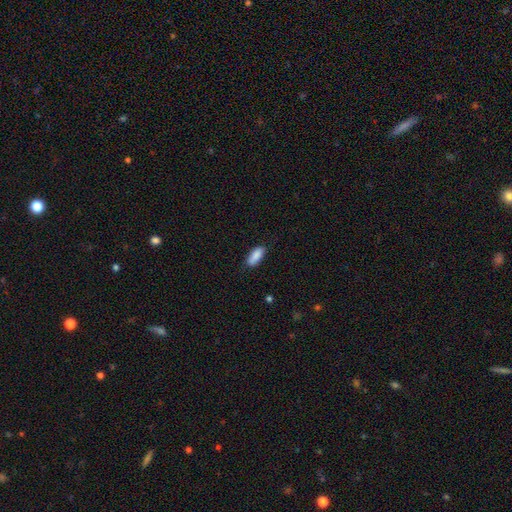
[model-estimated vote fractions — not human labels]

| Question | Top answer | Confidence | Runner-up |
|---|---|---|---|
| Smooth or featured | smooth | 88% | star or artifact (6%) |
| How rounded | in between | 77% | cigar-shaped (21%) |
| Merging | none | 79% | minor disturbance (17%) |